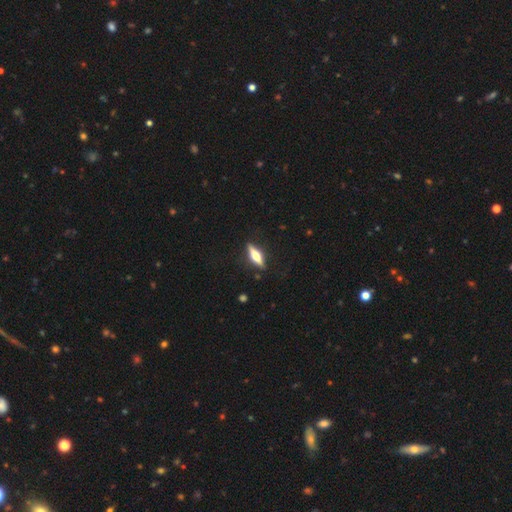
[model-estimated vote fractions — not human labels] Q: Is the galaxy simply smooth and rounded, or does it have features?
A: featured or disk — 57%.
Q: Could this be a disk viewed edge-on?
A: yes — 95%.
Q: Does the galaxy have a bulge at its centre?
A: rounded — 91%.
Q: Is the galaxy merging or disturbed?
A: none — 85%.